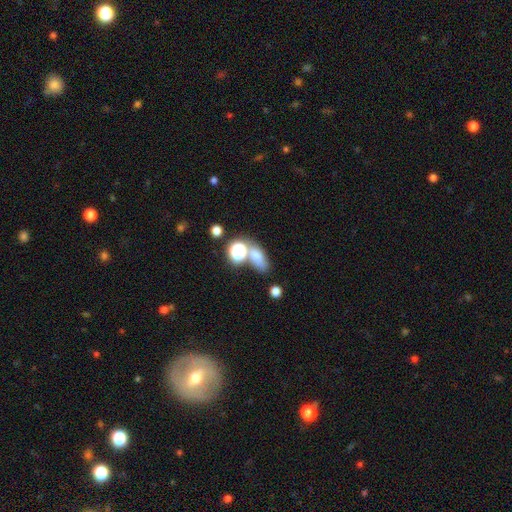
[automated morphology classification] Overall: smooth (67%). How rounded: in between (69%). Merging: none (49%; merger 27%).